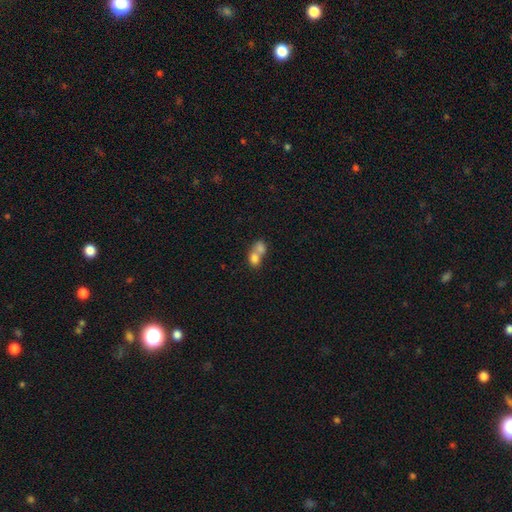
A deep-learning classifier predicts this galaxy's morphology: Smooth or featured: smooth — 76% (featured or disk — 15%)
How rounded: in between — 52% (round — 46%)
Merging: merger — 76% (none — 17%)